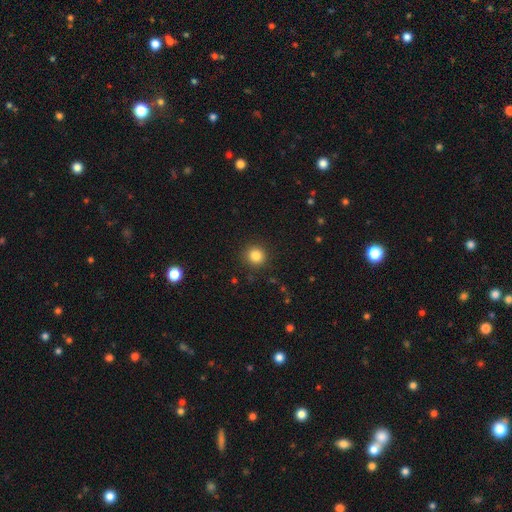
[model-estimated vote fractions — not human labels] Smooth or featured? smooth (84%)
How rounded? round (92%)
Merging? none (91%)